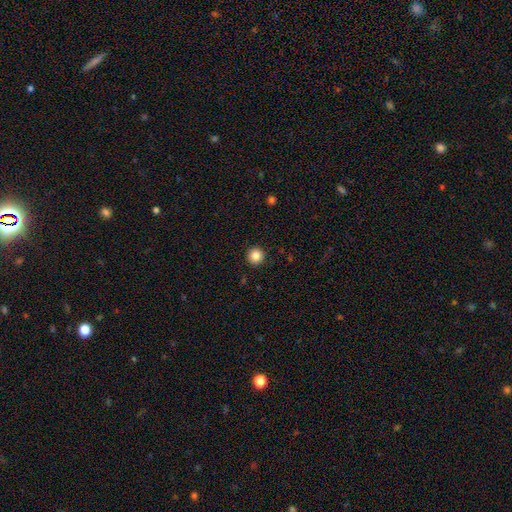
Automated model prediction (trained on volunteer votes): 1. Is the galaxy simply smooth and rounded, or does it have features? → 85% smooth, 11% star or artifact, 4% featured or disk.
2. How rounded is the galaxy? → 96% round, 4% in between, 1% cigar-shaped.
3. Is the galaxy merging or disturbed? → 93% none, 4% minor disturbance, 2% major disturbance, 1% merger.